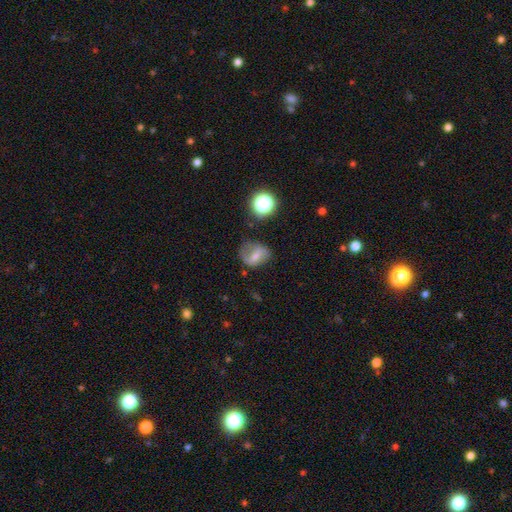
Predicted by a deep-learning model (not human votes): featured or disk 45%, smooth 42%, star or artifact 12%. Down the decision tree: merging — none (57%).